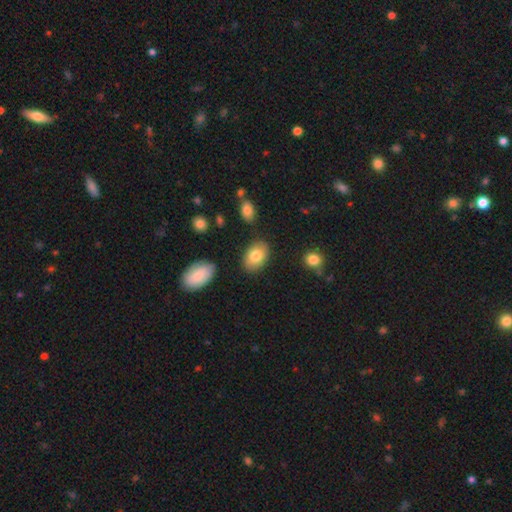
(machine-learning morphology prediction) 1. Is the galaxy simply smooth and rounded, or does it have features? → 80% smooth, 13% featured or disk, 7% star or artifact.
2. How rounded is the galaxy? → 87% in between, 12% round, 1% cigar-shaped.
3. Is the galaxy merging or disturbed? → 83% none, 11% minor disturbance, 3% merger, 3% major disturbance.